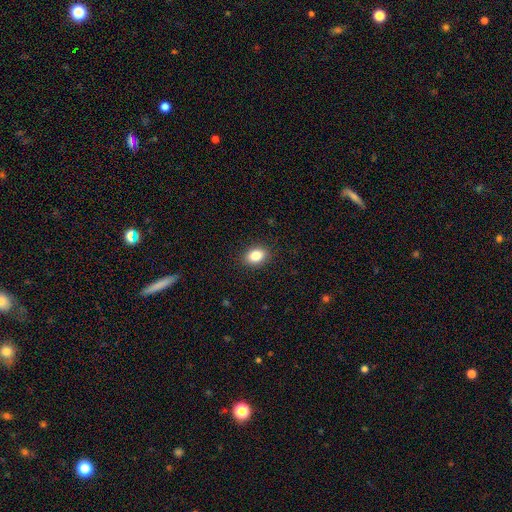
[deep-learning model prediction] Smooth or featured? Predicted: smooth (p=0.85). How rounded? Predicted: in between (p=0.75). Merging? Predicted: none (p=0.89).